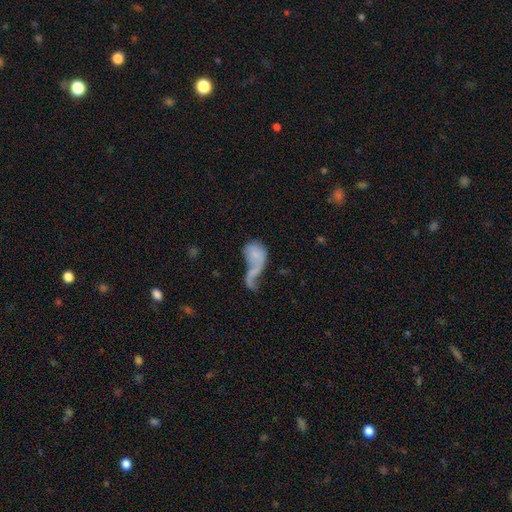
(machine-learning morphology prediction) Q: Smooth or featured?
A: smooth (52%); runner-up: featured or disk (39%)
Q: How rounded?
A: in between (76%); runner-up: round (19%)
Q: Merging?
A: merger (42%); runner-up: major disturbance (36%)